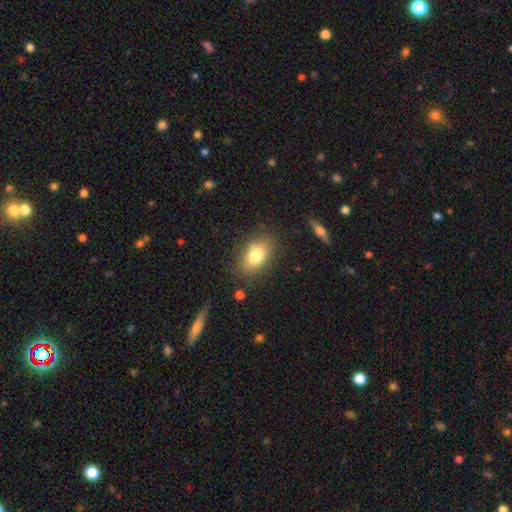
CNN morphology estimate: smooth 78%, featured or disk 13%, star or artifact 9%. Down the decision tree: how rounded — in between (85%); merging — none (80%).